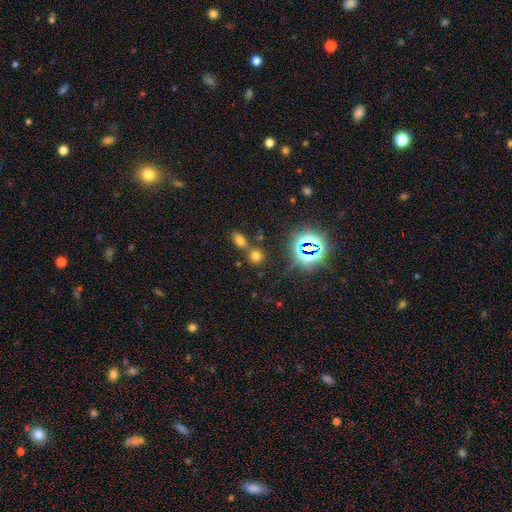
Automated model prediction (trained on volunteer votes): The model was most divided on "smooth or featured": smooth: 63%, star or artifact: 29%, featured or disk: 8%. More confident: how rounded — round (73%); merging — none (63%).